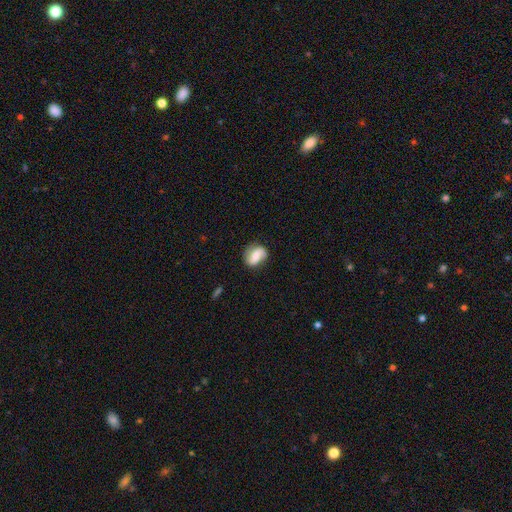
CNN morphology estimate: A featured or disk galaxy (63%) with no bar (43%), 2 (82%) loose (43%) spiral arms (90%) and a moderate central bulge (54%).

Vote fractions:
- Smooth or featured? featured or disk: 63% / smooth: 30% / star or artifact: 7%
- Edge-on disk? no: 97% / yes: 3%
- Bar? no: 43% / weak: 39% / strong: 19%
- Spiral arms? yes: 90% / no: 10%
- Spiral winding? loose: 43% / medium: 37% / tight: 20%
- Spiral arm count? 2: 82% / 1: 10% / can't tell: 6% / 3: 1% / 4: 1% / more than 4: 1%
- Bulge size? moderate: 54% / small: 35% / large: 6% / none: 4% / dominant: 1%
- Merging? none: 75% / minor disturbance: 18% / major disturbance: 6% / merger: 2%